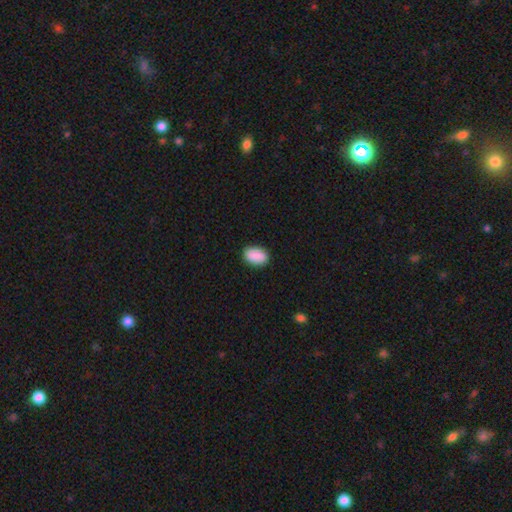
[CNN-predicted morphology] Smooth or featured: smooth — 91% (star or artifact — 7%)
How rounded: in between — 89% (round — 9%)
Merging: none — 89% (minor disturbance — 8%)